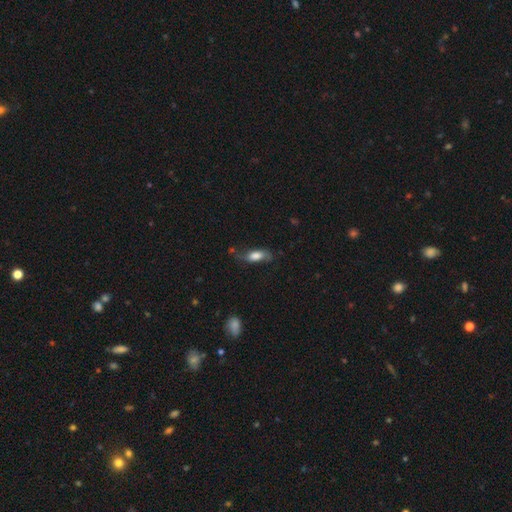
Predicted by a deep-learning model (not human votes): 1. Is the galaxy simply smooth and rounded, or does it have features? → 64% smooth, 28% featured or disk, 8% star or artifact.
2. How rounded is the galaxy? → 77% in between, 19% cigar-shaped, 4% round.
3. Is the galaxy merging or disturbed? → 54% none, 29% minor disturbance, 14% major disturbance, 3% merger.